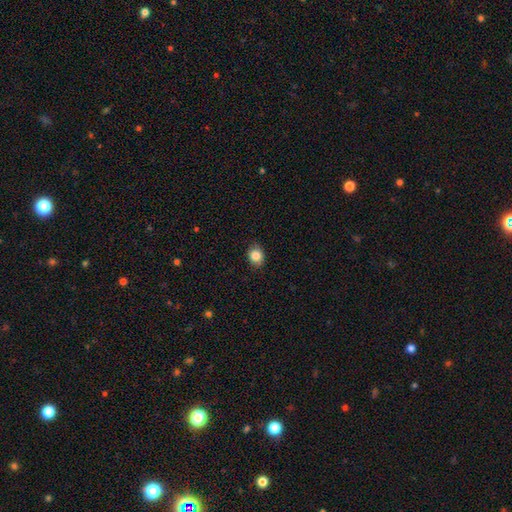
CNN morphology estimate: This appears to be a smooth galaxy with no disk features (85%) that is round (55%). Merging: none (84%).